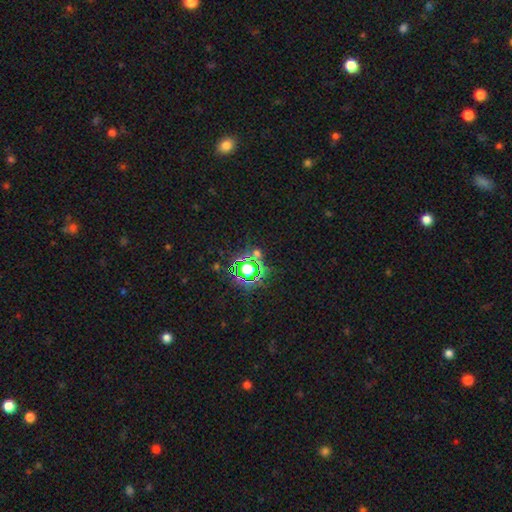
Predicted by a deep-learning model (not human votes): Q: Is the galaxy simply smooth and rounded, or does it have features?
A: star or artifact — 75%.